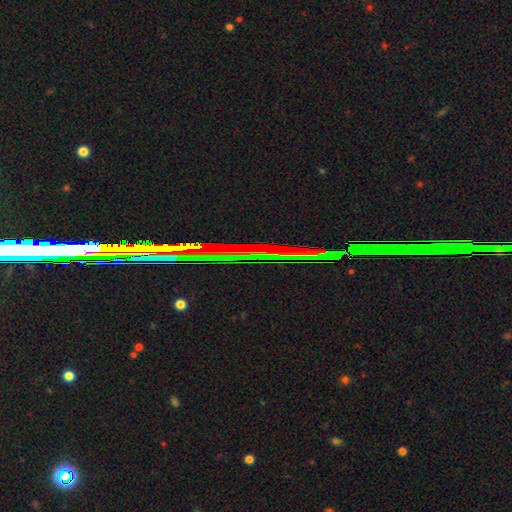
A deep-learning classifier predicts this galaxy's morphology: smooth-or-featured: star or artifact: 78% | featured or disk: 14% | smooth: 8%